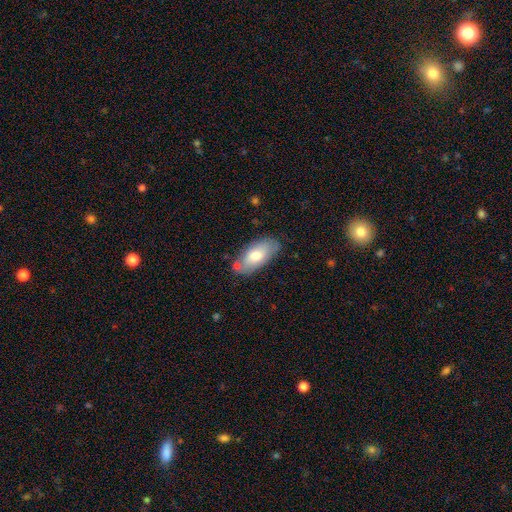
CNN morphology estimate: This is likely a smooth galaxy (70%). How rounded: clearly in between (91%). Merging: likely none (72%).